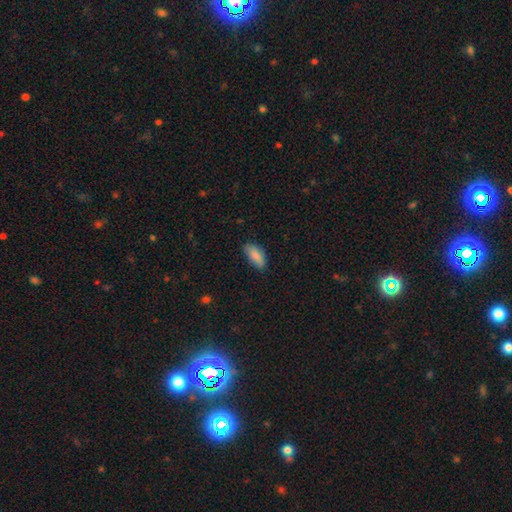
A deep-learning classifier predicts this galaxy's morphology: Overall: smooth (86%). How rounded: in between (86%). Merging: none (73%).